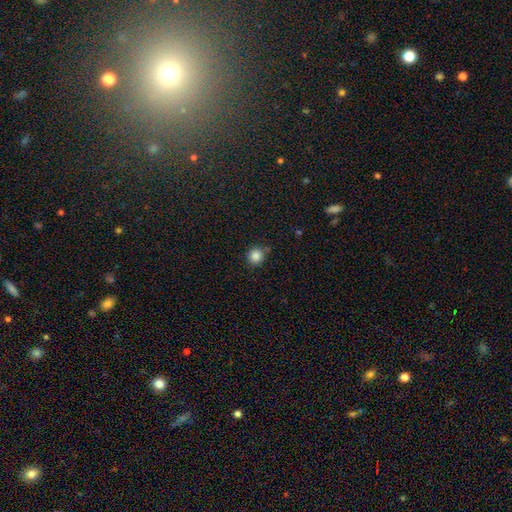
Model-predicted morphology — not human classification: This appears to be a smooth galaxy with no disk features (85%) that is round (91%). Merging: none (81%).